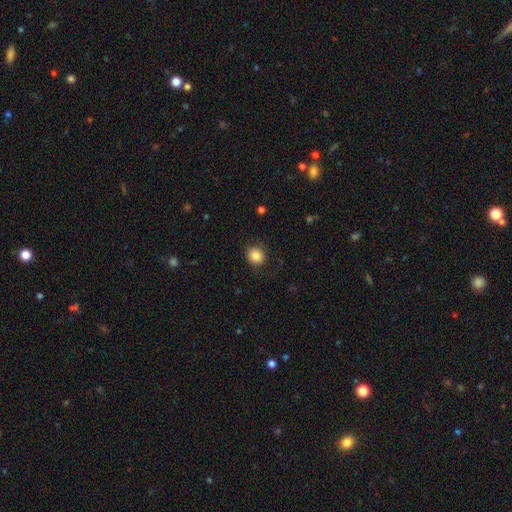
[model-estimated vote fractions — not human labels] Smooth or featured? smooth (86%)
How rounded? round (84%)
Merging? none (85%)